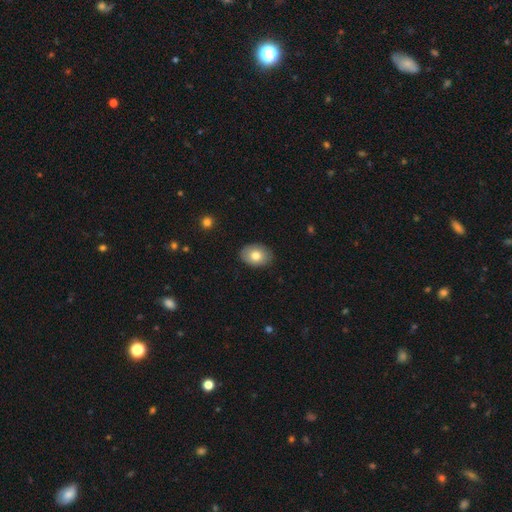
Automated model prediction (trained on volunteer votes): smooth_or_featured: smooth (p=0.79) [alt: featured or disk p=0.14]
how_rounded: in between (p=0.79) [alt: round p=0.20]
merging: none (p=0.87) [alt: minor disturbance p=0.10]